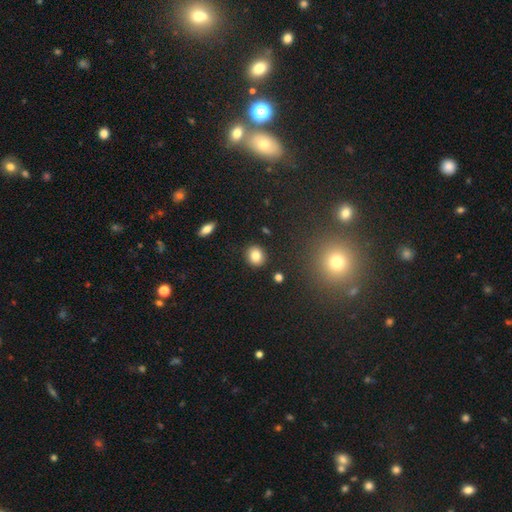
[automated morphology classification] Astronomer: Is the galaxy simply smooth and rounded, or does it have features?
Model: smooth — 82%.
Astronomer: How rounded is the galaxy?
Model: round — 74%.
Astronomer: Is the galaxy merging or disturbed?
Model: none — 90%.